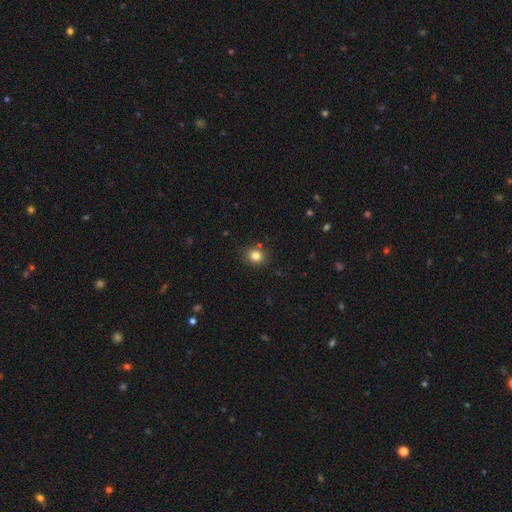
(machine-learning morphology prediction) type=smooth (82%); roundness=round (75%); merging=none (83%).